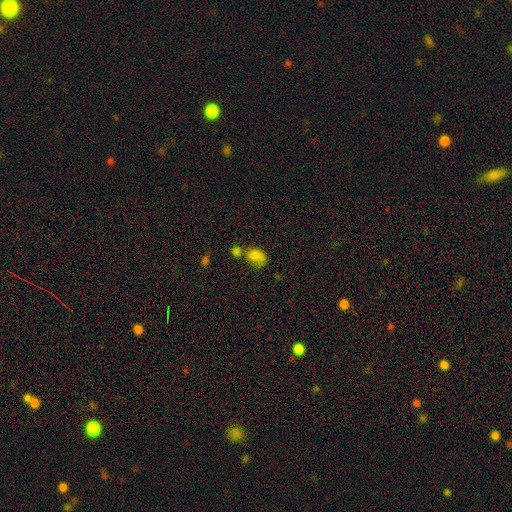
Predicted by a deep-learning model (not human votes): Q: Smooth or featured?
A: smooth (73%); runner-up: featured or disk (15%)
Q: How rounded?
A: in between (66%); runner-up: round (32%)
Q: Merging?
A: none (33%); tied with: merger (33%)